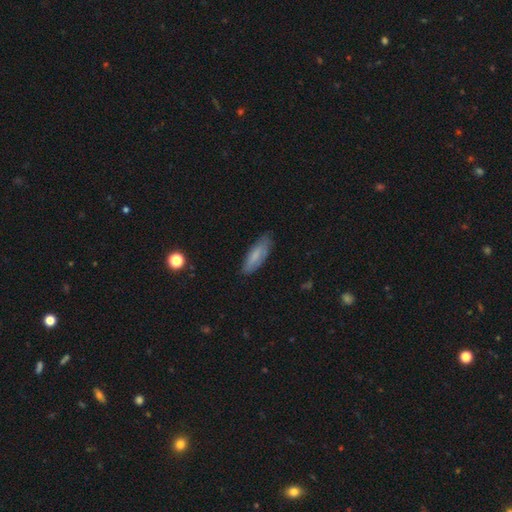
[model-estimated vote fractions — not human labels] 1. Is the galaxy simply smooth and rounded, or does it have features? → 70% smooth, 23% featured or disk, 7% star or artifact.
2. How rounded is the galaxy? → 57% in between, 41% cigar-shaped, 2% round.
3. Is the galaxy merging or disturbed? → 75% none, 19% minor disturbance, 4% major disturbance, 1% merger.